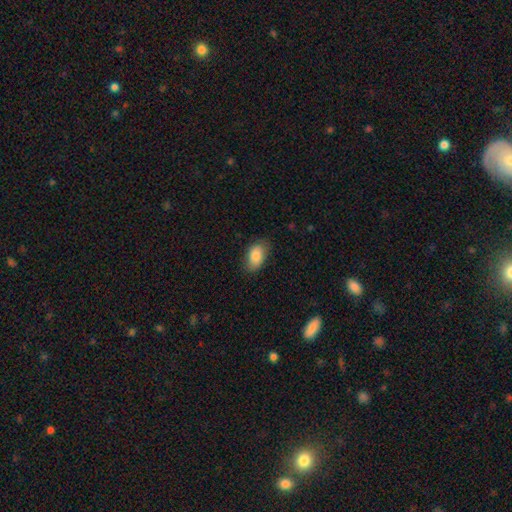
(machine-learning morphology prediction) Smooth or featured?
  - smooth: 85% *
  - featured or disk: 8%
  - star or artifact: 7%
How rounded?
  - in between: 90% *
  - round: 8%
  - cigar-shaped: 2%
Merging?
  - none: 78% *
  - minor disturbance: 17%
  - major disturbance: 4%
  - merger: 1%